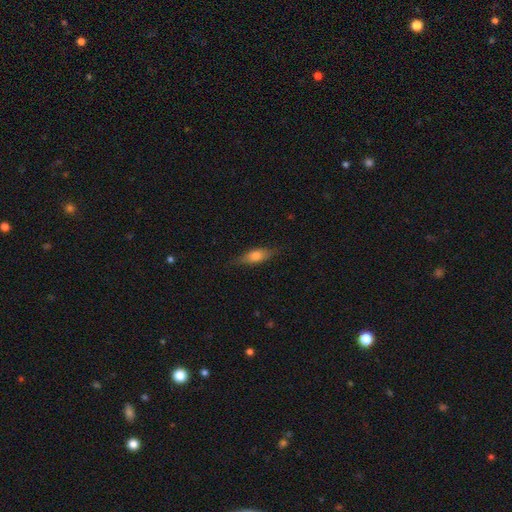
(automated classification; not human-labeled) smooth 68%, featured or disk 25%, star or artifact 7%. Down the decision tree: how rounded — in between (63%); merging — none (75%).